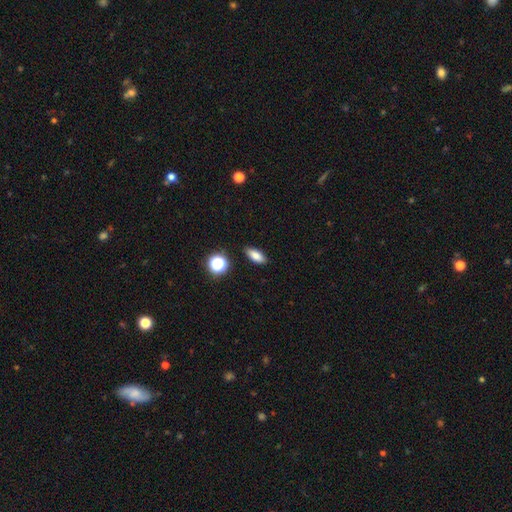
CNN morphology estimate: A smooth galaxy with no disk features (81%) that is in between round and cigar-shaped (77%). Merging: none (88%).